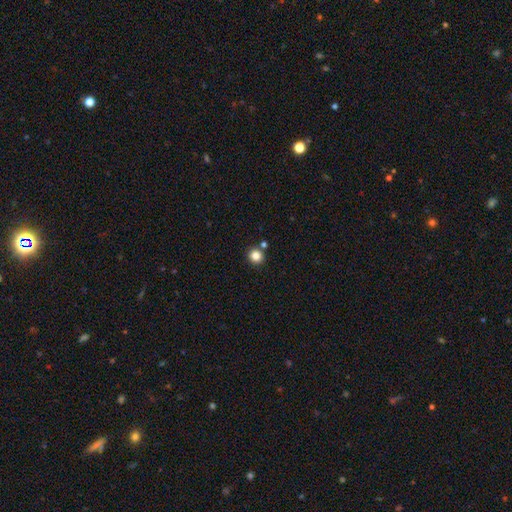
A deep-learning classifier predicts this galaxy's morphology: smooth_or_featured: smooth (p=0.84) [alt: star or artifact p=0.12]
how_rounded: round (p=0.92) [alt: in between p=0.07]
merging: none (p=0.84) [alt: merger p=0.08]